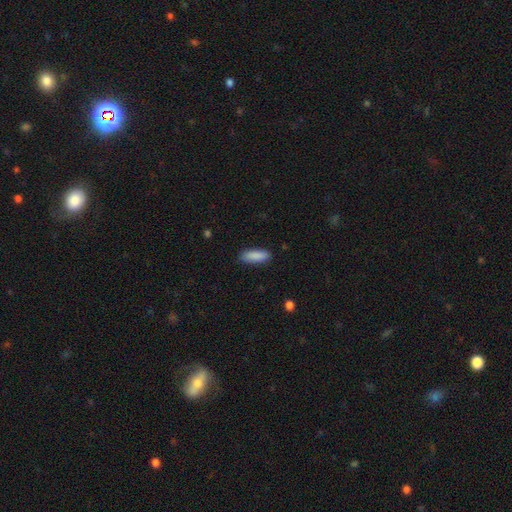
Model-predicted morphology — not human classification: smooth-or-featured: smooth: 89% | star or artifact: 6% | featured or disk: 5%
  how-rounded: in between: 59% | cigar-shaped: 39% | round: 2%
  merging: none: 87% | minor disturbance: 10% | major disturbance: 2% | merger: 1%